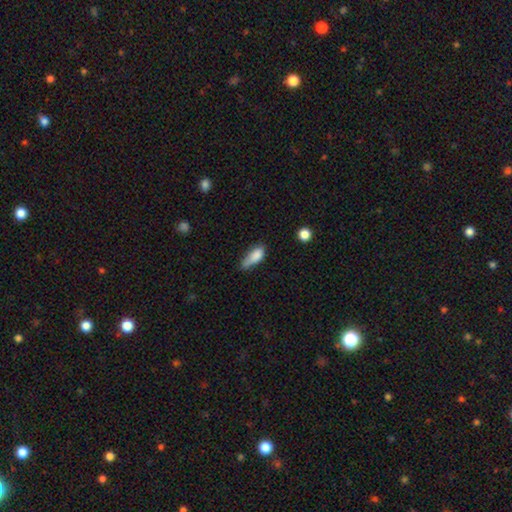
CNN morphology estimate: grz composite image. It shows a smooth galaxy with no disk features (80%) that is in between round and cigar-shaped (76%). Merging: minor disturbance (42%).